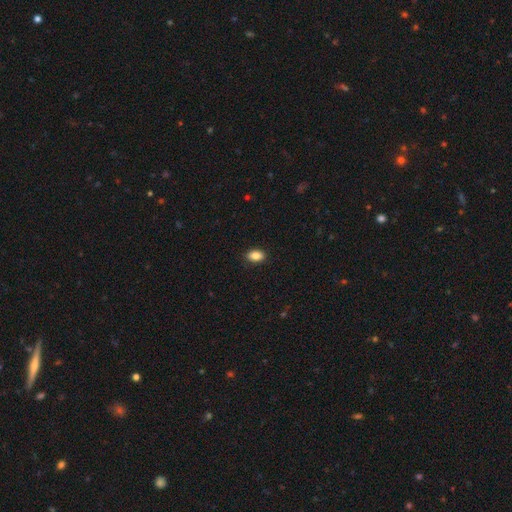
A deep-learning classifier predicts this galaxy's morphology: smooth_or_featured: smooth (p=0.87) [alt: star or artifact p=0.08]
how_rounded: in between (p=0.87) [alt: round p=0.11]
merging: none (p=0.89) [alt: minor disturbance p=0.08]